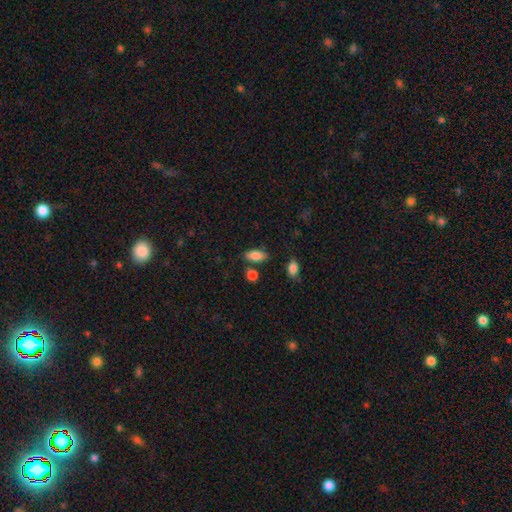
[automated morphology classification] This appears to be a smooth galaxy with no disk features (85%) that is in between round and cigar-shaped (86%). Merging: none (76%).